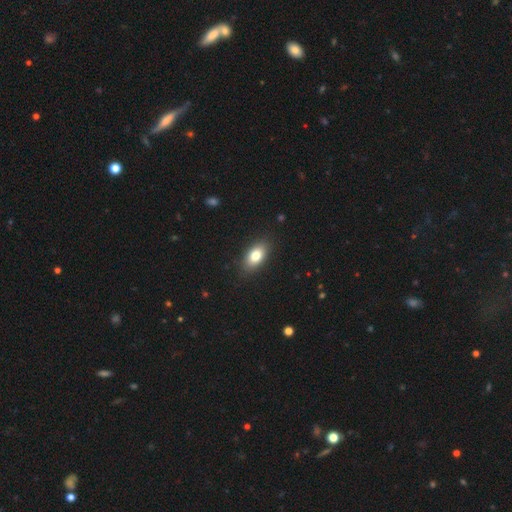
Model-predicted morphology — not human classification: Smooth or featured?
  - smooth: 80% *
  - featured or disk: 12%
  - star or artifact: 8%
How rounded?
  - in between: 90% *
  - round: 6%
  - cigar-shaped: 4%
Merging?
  - none: 87% *
  - minor disturbance: 9%
  - major disturbance: 2%
  - merger: 1%